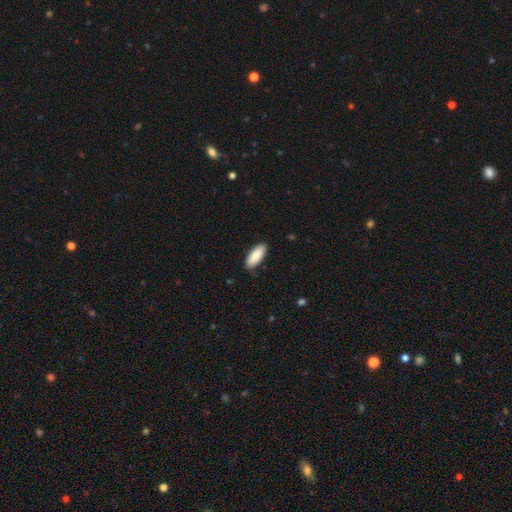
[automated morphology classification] A smooth galaxy with no disk features (86%) that is in between round and cigar-shaped (81%). Merging: none (87%).